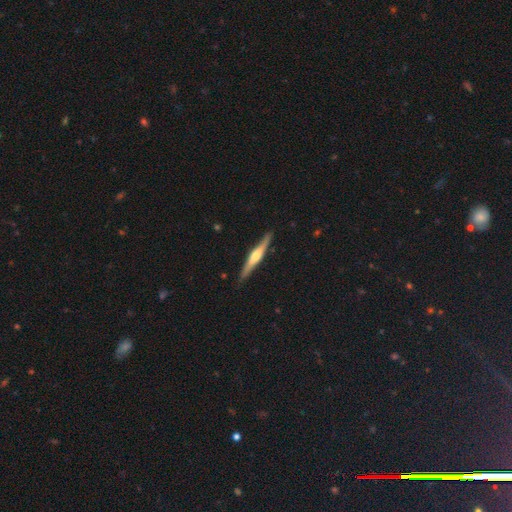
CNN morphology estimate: Smooth or featured? Predicted: featured or disk (p=0.66). Edge-on disk? Predicted: yes (p=0.97). Edge-on bulge? Predicted: rounded (p=0.80). Merging? Predicted: none (p=0.88).